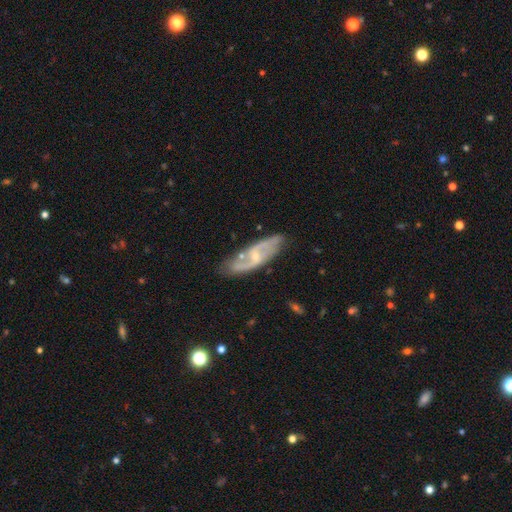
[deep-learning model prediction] Smooth or featured? featured or disk (80%)
Edge-on disk? no (88%)
Bar? weak (47%)
Spiral arms? yes (91%)
Spiral winding? loose (50%)
Spiral arm count? 2 (84%)
Bulge size? small (67%)
Merging? none (72%)